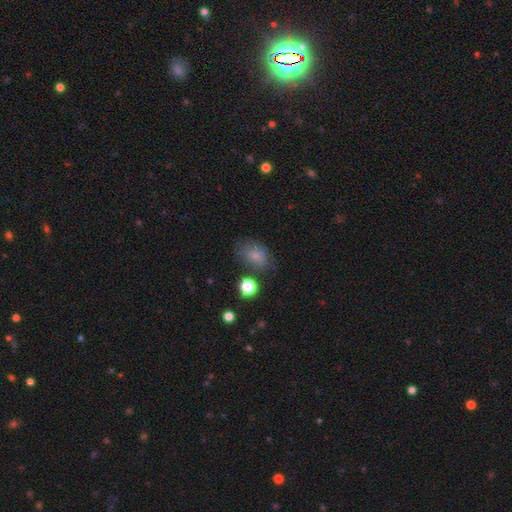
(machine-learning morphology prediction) Q: Smooth or featured?
A: smooth (75%); runner-up: star or artifact (13%)
Q: How rounded?
A: in between (74%); runner-up: round (24%)
Q: Merging?
A: none (59%); runner-up: minor disturbance (25%)